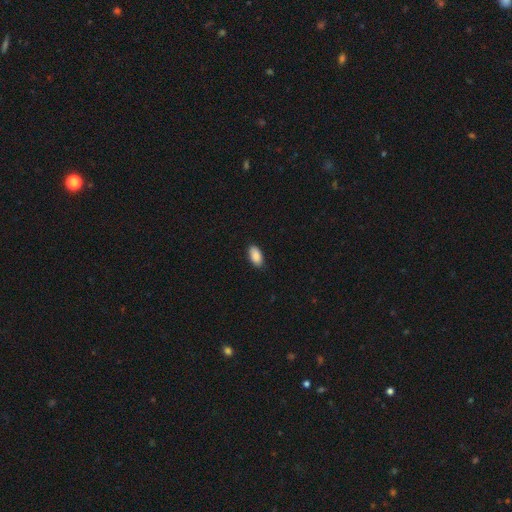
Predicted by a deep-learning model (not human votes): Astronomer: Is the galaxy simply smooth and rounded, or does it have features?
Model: smooth — 89%.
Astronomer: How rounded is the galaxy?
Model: in between — 93%.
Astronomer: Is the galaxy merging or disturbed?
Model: none — 86%.